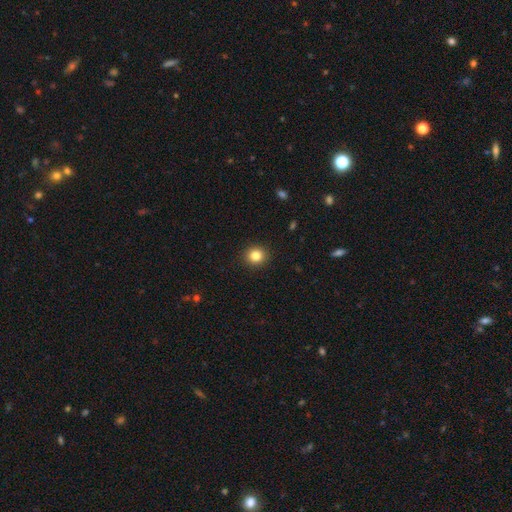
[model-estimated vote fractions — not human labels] Q: Smooth or featured?
A: smooth (83%); runner-up: star or artifact (11%)
Q: How rounded?
A: round (87%); runner-up: in between (12%)
Q: Merging?
A: none (92%); runner-up: minor disturbance (5%)